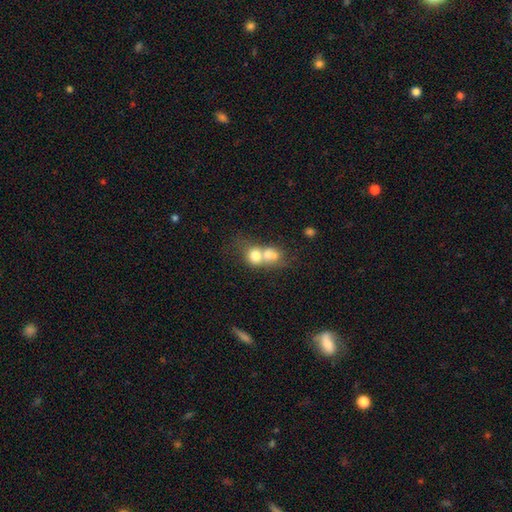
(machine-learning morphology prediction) A smooth galaxy with no disk features (70%) that is round (64%).

Vote fractions:
- Smooth or featured? smooth: 70% / featured or disk: 21% / star or artifact: 10%
- How rounded? round: 64% / in between: 35% / cigar-shaped: 2%
- Merging? merger: 74% / none: 16% / minor disturbance: 5% / major disturbance: 5%